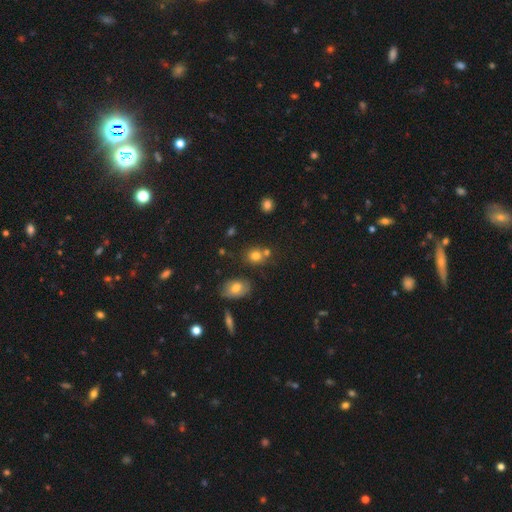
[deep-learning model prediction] The model was most divided on "merging": none: 59%, merger: 25%, minor disturbance: 12%, major disturbance: 4%. More confident: smooth or featured — smooth (77%); how rounded — round (69%).